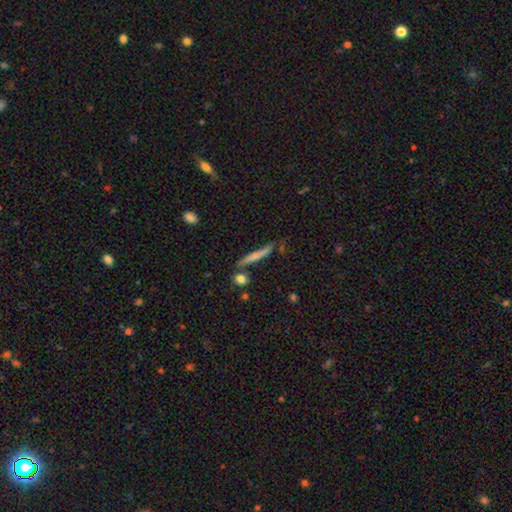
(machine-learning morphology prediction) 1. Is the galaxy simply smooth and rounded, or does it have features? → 54% smooth, 39% featured or disk, 7% star or artifact.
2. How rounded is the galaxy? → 93% cigar-shaped, 5% in between, 2% round.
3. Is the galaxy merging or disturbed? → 72% none, 16% minor disturbance, 7% merger, 4% major disturbance.